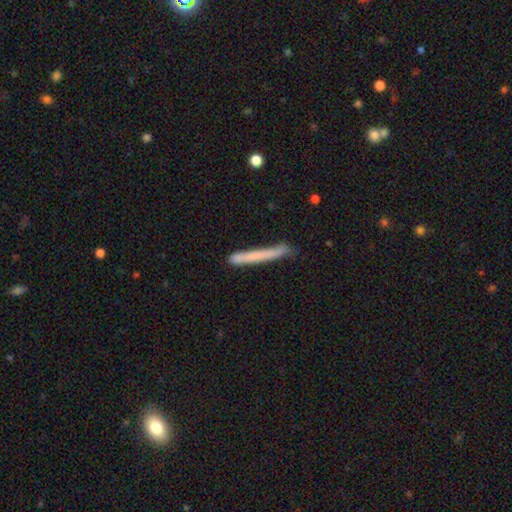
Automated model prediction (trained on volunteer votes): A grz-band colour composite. It shows a smooth galaxy with no disk features (67%) that is cigar-shaped (97%). Merging: none (81%).